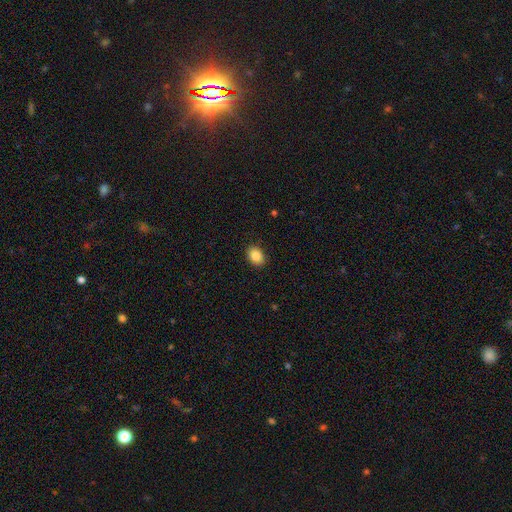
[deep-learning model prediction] Smooth or featured? Predicted: smooth (p=0.88). How rounded? Predicted: in between (p=0.69). Merging? Predicted: none (p=0.89).